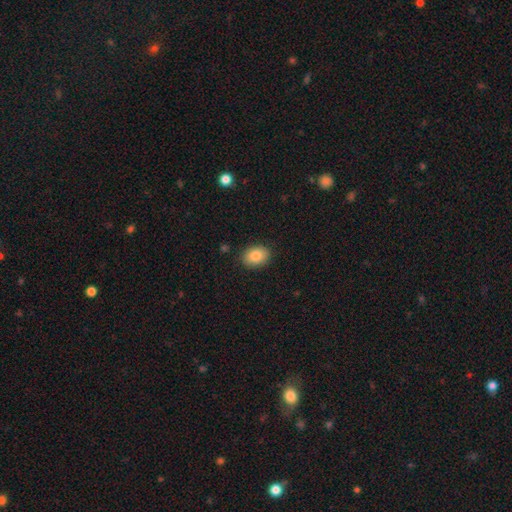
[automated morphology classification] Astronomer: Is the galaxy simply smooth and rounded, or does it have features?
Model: smooth — 86%.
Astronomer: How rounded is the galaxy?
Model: in between — 75%.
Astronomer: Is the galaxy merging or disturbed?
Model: none — 87%.